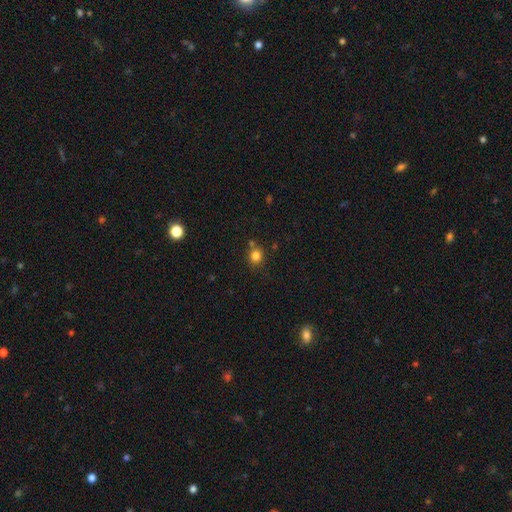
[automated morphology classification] A smooth galaxy with no disk features (81%) that is round (83%).

Vote fractions:
- Smooth or featured? smooth: 81% / star or artifact: 13% / featured or disk: 6%
- How rounded? round: 83% / in between: 16% / cigar-shaped: 1%
- Merging? none: 71% / merger: 13% / minor disturbance: 12% / major disturbance: 4%